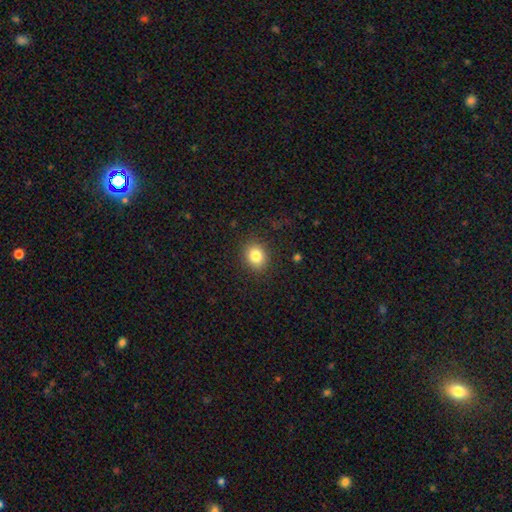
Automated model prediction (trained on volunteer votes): Smooth or featured?
  - smooth: 82% *
  - star or artifact: 10%
  - featured or disk: 7%
How rounded?
  - round: 61% *
  - in between: 38%
  - cigar-shaped: 1%
Merging?
  - none: 87% *
  - minor disturbance: 9%
  - major disturbance: 3%
  - merger: 1%